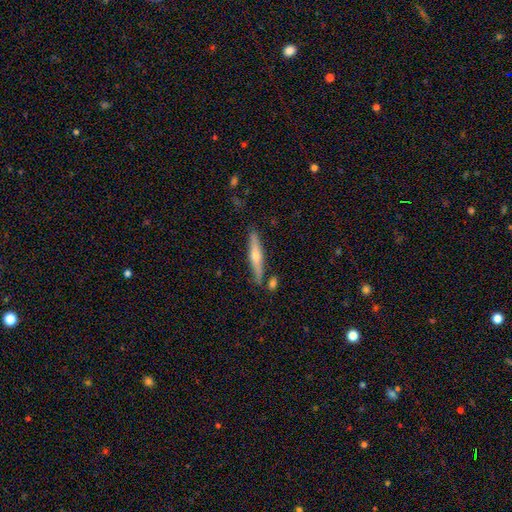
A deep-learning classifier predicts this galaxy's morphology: type=featured or disk (53%); edge-on=yes (94%); edge-on bulge=rounded (87%); merging=none (82%).